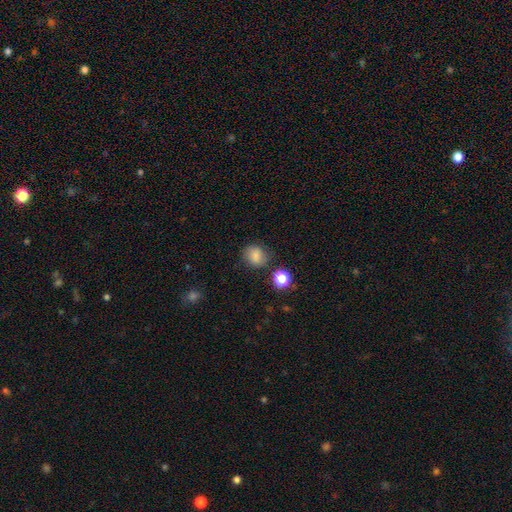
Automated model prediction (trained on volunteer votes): smooth_or_featured: smooth (p=0.80) [alt: star or artifact p=0.12]
how_rounded: round (p=0.71) [alt: in between p=0.28]
merging: none (p=0.75) [alt: minor disturbance p=0.16]